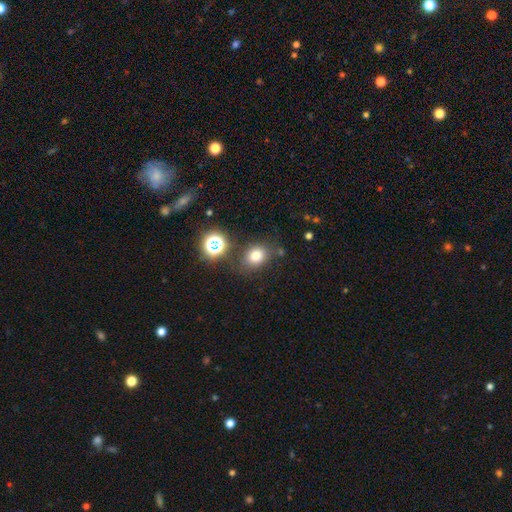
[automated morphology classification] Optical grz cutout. It shows a smooth galaxy with no disk features (77%) that is round (53%). Merging: none (74%).